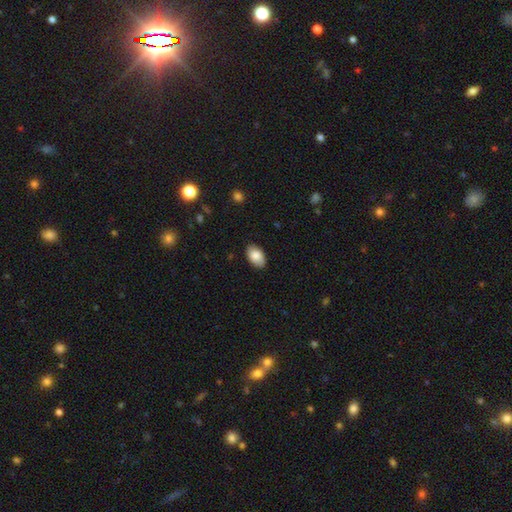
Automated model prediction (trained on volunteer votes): Smooth or featured? smooth (85%)
How rounded? in between (91%)
Merging? none (85%)